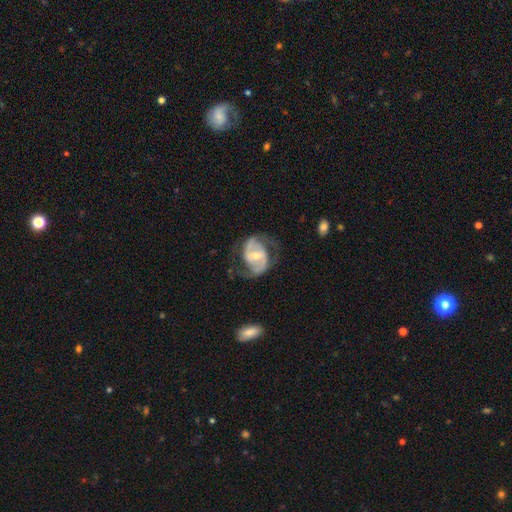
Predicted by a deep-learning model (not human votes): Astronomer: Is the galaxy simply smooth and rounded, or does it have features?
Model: featured or disk — 85%.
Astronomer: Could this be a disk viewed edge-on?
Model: no — 97%.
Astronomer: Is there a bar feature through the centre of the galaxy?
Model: weak — 44% (runner-up: no, 28%).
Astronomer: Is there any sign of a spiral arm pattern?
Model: yes — 92%.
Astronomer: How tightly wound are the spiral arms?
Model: medium — 51% (runner-up: loose, 27%).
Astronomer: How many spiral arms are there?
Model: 2 — 89%.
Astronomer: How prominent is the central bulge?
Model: moderate — 62%.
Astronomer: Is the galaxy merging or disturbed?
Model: none — 66%.